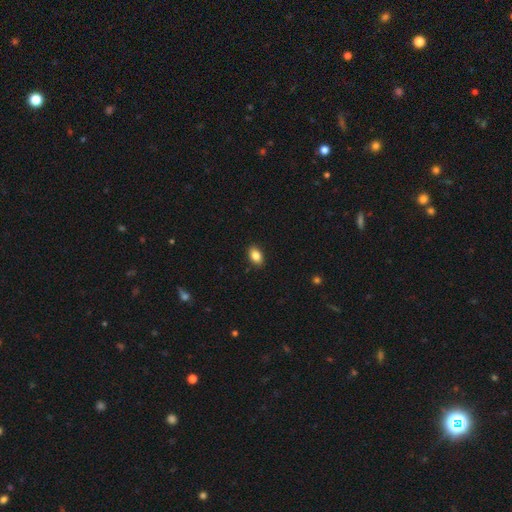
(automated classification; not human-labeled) This is clearly a smooth galaxy (86%). How rounded: clearly in between (87%). Merging: clearly none (89%).